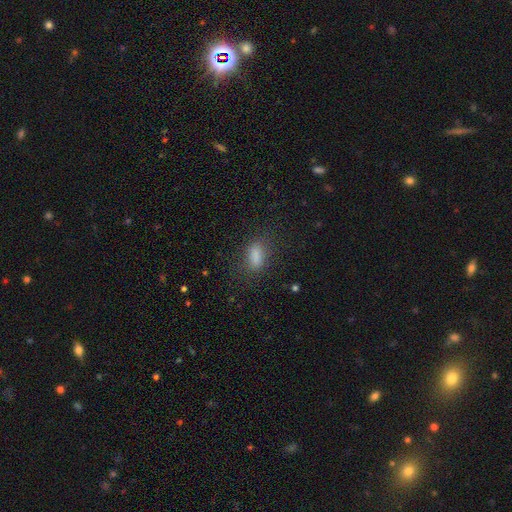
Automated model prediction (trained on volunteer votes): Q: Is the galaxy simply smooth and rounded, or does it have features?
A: smooth — 80%.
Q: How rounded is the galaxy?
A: in between — 79%.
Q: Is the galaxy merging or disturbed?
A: none — 78%.